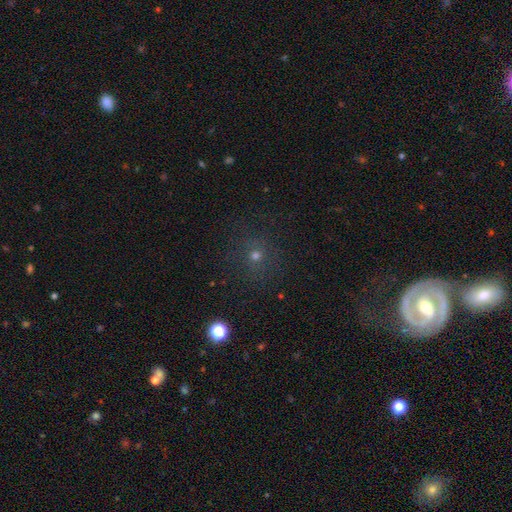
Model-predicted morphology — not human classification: Overall: smooth (57%; star or artifact 32%). How rounded: round (91%). Merging: none (86%).